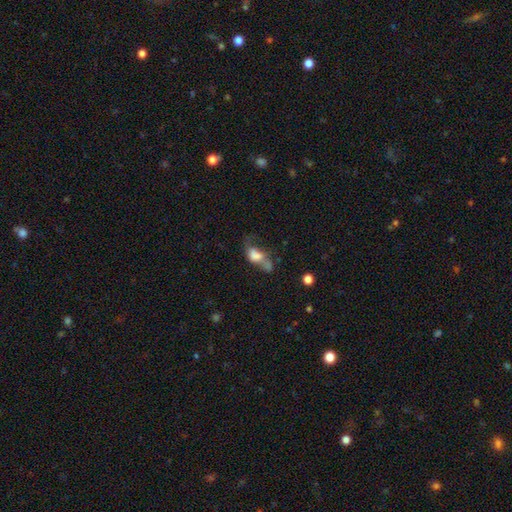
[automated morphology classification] Overall: smooth (58%; featured or disk 30%). How rounded: in between (78%). Merging: major disturbance (34%; merger 27%).